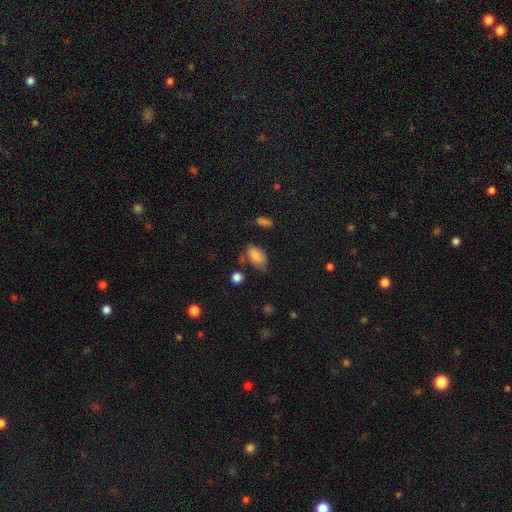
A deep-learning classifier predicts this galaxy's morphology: This is clearly a smooth galaxy (82%). How rounded: clearly in between (91%). Merging: possibly none (52%).